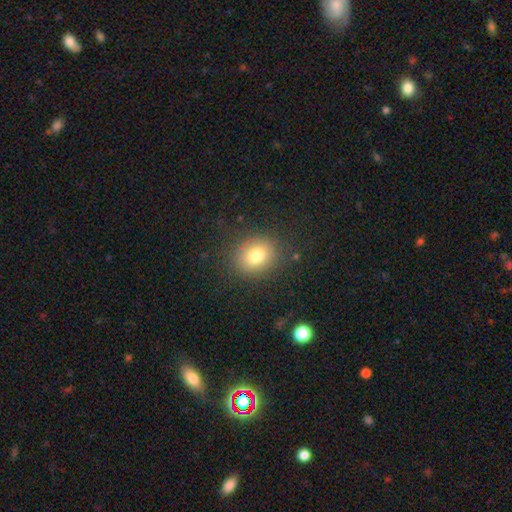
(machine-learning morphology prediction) A smooth galaxy with no disk features (78%) that is round (67%).

Vote fractions:
- Smooth or featured? smooth: 78% / star or artifact: 12% / featured or disk: 10%
- How rounded? round: 67% / in between: 32% / cigar-shaped: 1%
- Merging? none: 85% / minor disturbance: 9% / major disturbance: 5% / merger: 1%